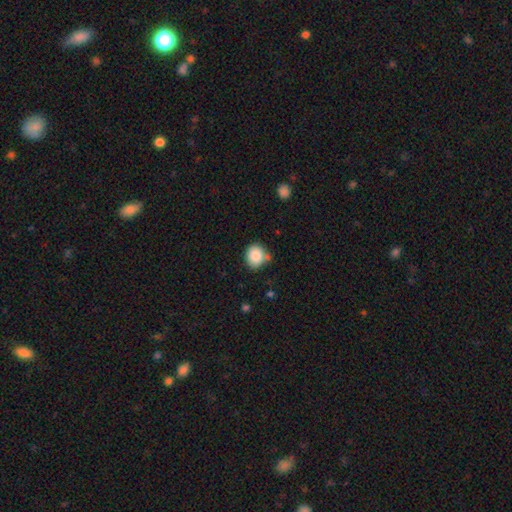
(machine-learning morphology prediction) type=smooth (86%); roundness=round (71%); merging=none (64%).